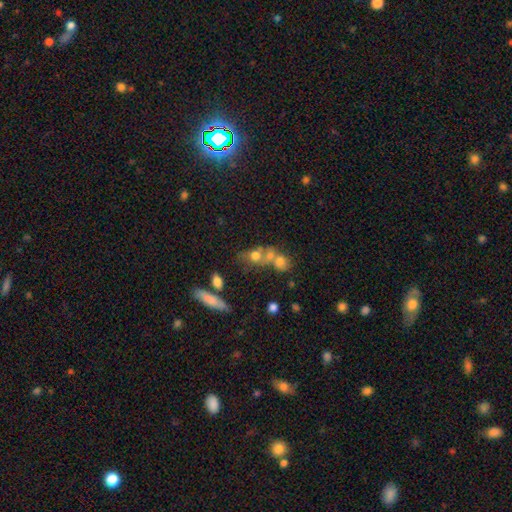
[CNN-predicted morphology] Q: Smooth or featured?
A: smooth (64%); runner-up: featured or disk (21%)
Q: How rounded?
A: round (47%); runner-up: in between (46%)
Q: Merging?
A: merger (53%); runner-up: none (30%)